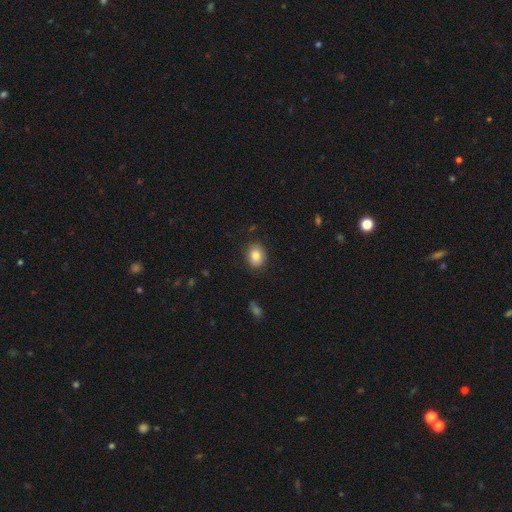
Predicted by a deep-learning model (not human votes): This is clearly a smooth galaxy (84%). How rounded: possibly round (50%). Merging: clearly none (86%).